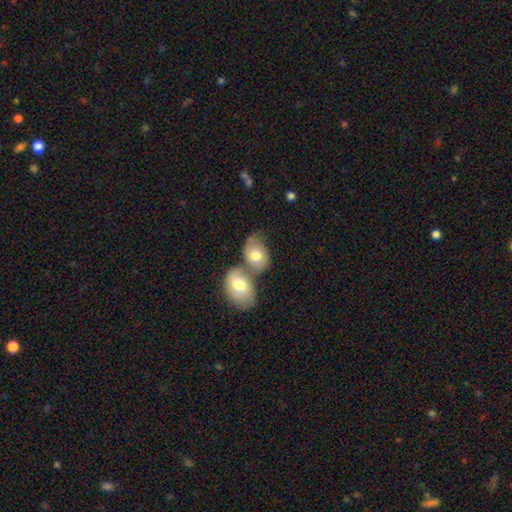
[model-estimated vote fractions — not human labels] A smooth galaxy with no disk features (73%) that is in between round and cigar-shaped (79%).

Vote fractions:
- Smooth or featured? smooth: 73% / featured or disk: 20% / star or artifact: 7%
- How rounded? in between: 79% / round: 20% / cigar-shaped: 1%
- Merging? merger: 57% / none: 26% / minor disturbance: 12% / major disturbance: 6%